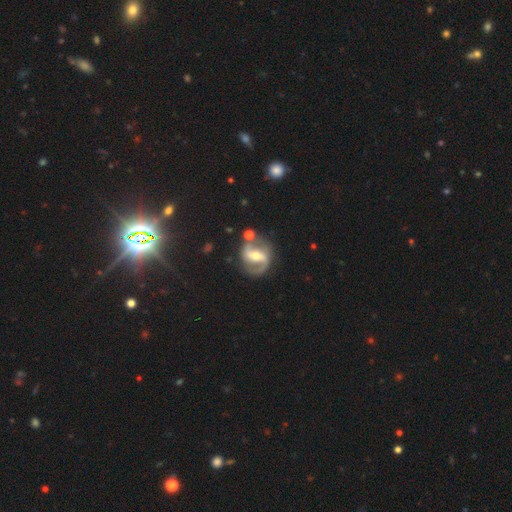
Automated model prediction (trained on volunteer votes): smooth_or_featured: featured or disk (p=0.83) [alt: smooth p=0.11]
disk_edge_on: no (p=0.97) [alt: yes p=0.03]
bar: strong (p=0.54) [alt: weak p=0.31]
has_spiral_arms: yes (p=0.89) [alt: no p=0.11]
spiral_winding: medium (p=0.48) [alt: loose p=0.32]
spiral_arm_count: 2 (p=0.86) [alt: 1 p=0.07]
bulge_size: moderate (p=0.59) [alt: small p=0.34]
merging: none (p=0.73) [alt: minor disturbance p=0.14]